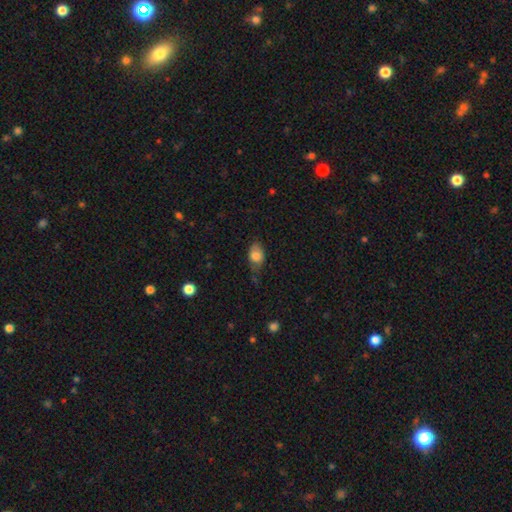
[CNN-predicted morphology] A smooth galaxy with no disk features (79%) that is in between round and cigar-shaped (85%).

Vote fractions:
- Smooth or featured? smooth: 79% / featured or disk: 13% / star or artifact: 8%
- How rounded? in between: 85% / round: 12% / cigar-shaped: 3%
- Merging? none: 54% / minor disturbance: 33% / major disturbance: 10% / merger: 3%